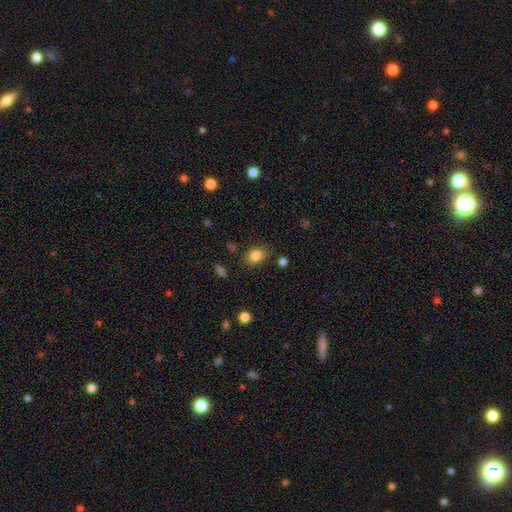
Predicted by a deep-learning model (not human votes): A smooth galaxy with no disk features (84%) that is in between round and cigar-shaped (66%). Merging: none (80%).